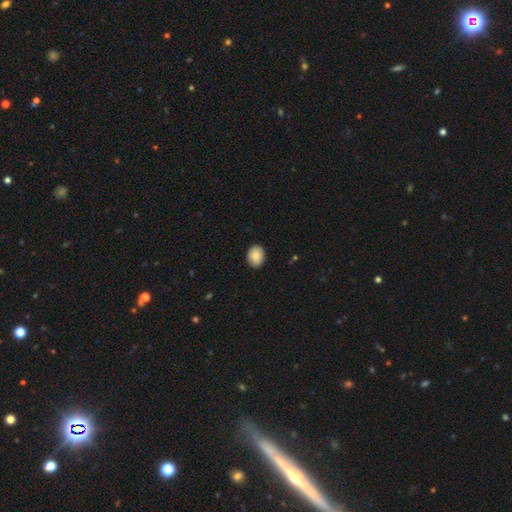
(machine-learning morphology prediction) Smooth or featured?
  - smooth: 85% *
  - featured or disk: 7%
  - star or artifact: 7%
How rounded?
  - in between: 59% *
  - round: 40%
  - cigar-shaped: 1%
Merging?
  - none: 89% *
  - minor disturbance: 8%
  - major disturbance: 2%
  - merger: 1%